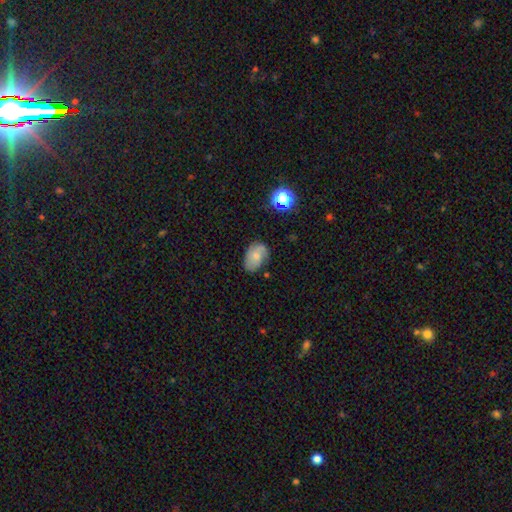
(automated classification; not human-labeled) Smooth or featured?
  - smooth: 48% *
  - featured or disk: 42%
  - star or artifact: 10%
Merging?
  - none: 64% *
  - minor disturbance: 26%
  - major disturbance: 8%
  - merger: 2%